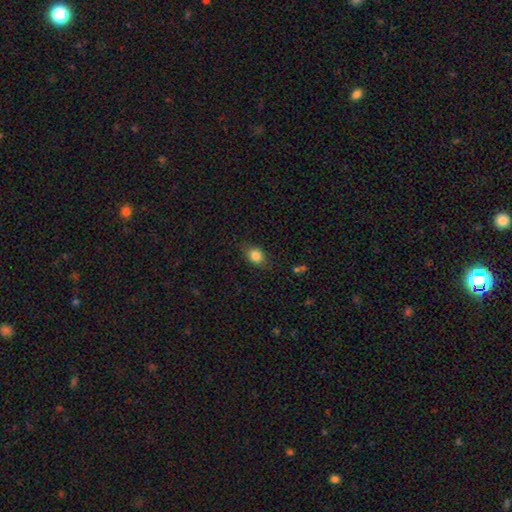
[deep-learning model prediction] A smooth galaxy with no disk features (83%) that is in between round and cigar-shaped (64%). Merging: none (80%).